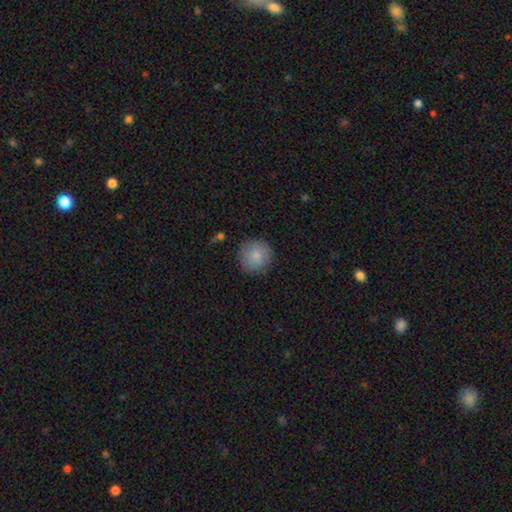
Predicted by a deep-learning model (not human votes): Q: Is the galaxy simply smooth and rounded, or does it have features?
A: smooth — 84%.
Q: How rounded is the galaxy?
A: round — 94%.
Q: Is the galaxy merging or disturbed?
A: none — 86%.